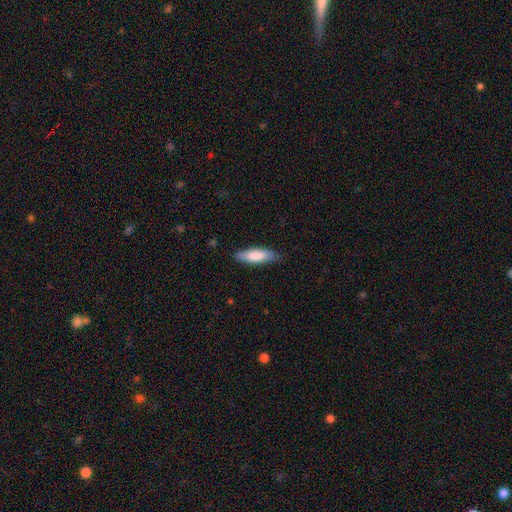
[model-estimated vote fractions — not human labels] Smooth or featured?
  - smooth: 82% *
  - featured or disk: 13%
  - star or artifact: 5%
How rounded?
  - cigar-shaped: 55% *
  - in between: 44%
  - round: 1%
Merging?
  - none: 82% *
  - minor disturbance: 14%
  - major disturbance: 2%
  - merger: 1%